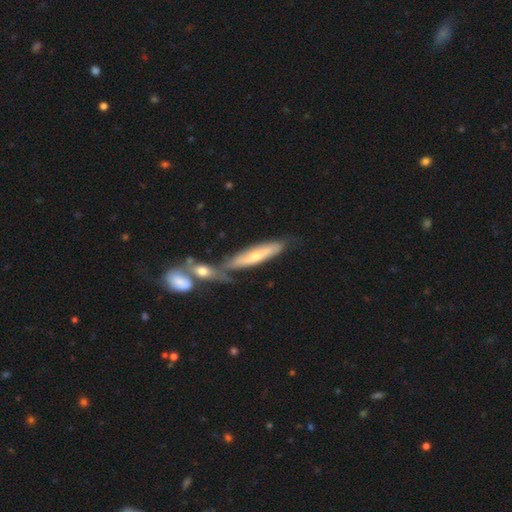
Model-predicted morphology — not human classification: Smooth or featured?
  - featured or disk: 50% *
  - smooth: 45%
  - star or artifact: 6%
Merging?
  - none: 43% *
  - merger: 35%
  - minor disturbance: 16%
  - major disturbance: 6%